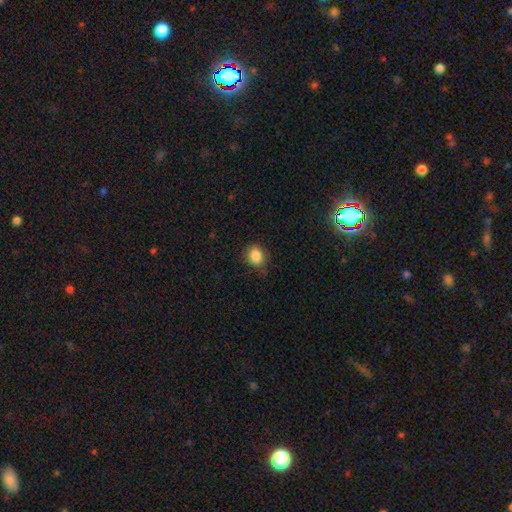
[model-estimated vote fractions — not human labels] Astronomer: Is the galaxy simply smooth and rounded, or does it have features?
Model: smooth — 87%.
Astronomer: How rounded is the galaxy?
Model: round — 58% (runner-up: in between, 41%).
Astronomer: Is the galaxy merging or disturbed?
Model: none — 77%.